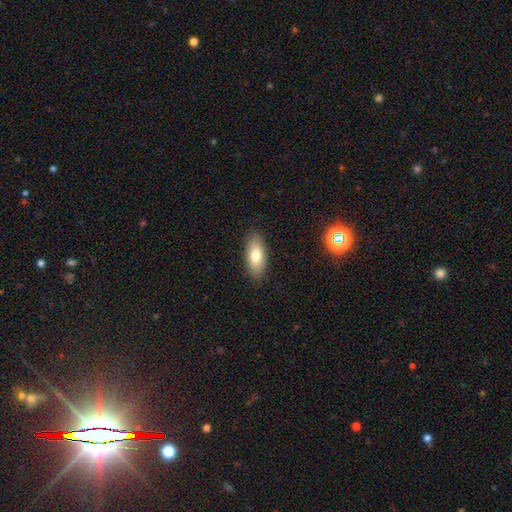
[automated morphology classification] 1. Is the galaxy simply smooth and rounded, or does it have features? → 77% smooth, 16% featured or disk, 7% star or artifact.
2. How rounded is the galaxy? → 84% in between, 13% cigar-shaped, 3% round.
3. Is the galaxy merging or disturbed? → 88% none, 9% minor disturbance, 2% major disturbance, 1% merger.